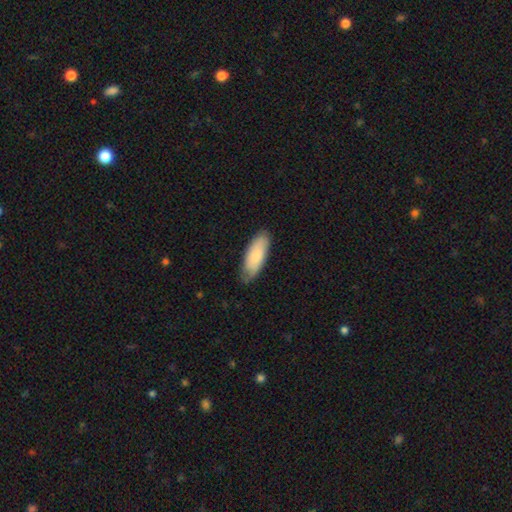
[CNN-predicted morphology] smooth 81%, featured or disk 13%, star or artifact 5%. Down the decision tree: how rounded — in between (70%); merging — none (75%).